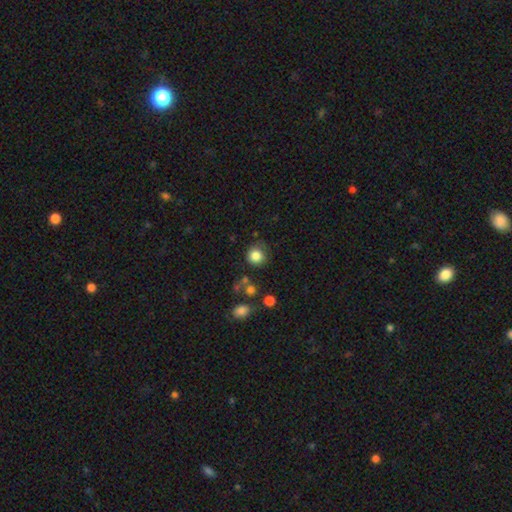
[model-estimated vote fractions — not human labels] Smooth or featured?
  - smooth: 84% *
  - star or artifact: 11%
  - featured or disk: 6%
How rounded?
  - round: 89% *
  - in between: 10%
  - cigar-shaped: 1%
Merging?
  - none: 76% *
  - minor disturbance: 15%
  - major disturbance: 5%
  - merger: 4%